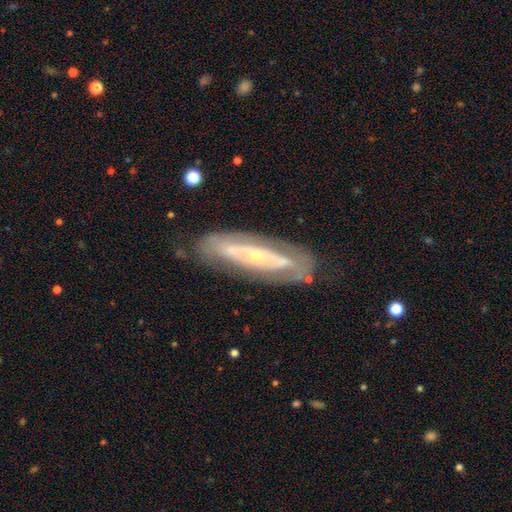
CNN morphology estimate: featured or disk 77%, smooth 17%, star or artifact 6%. Down the decision tree: edge-on disk — no (77%); bar — no (63%); spiral arms — yes (61%); bulge size — small (70%); merging — none (76%).